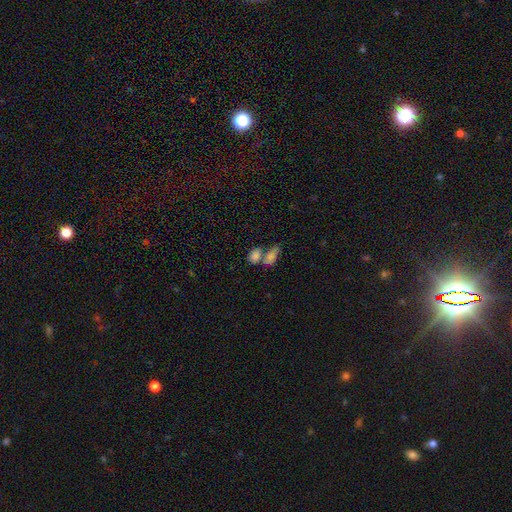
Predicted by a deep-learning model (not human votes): Overall: smooth (77%). How rounded: in between (80%). Merging: merger (59%; none 27%).